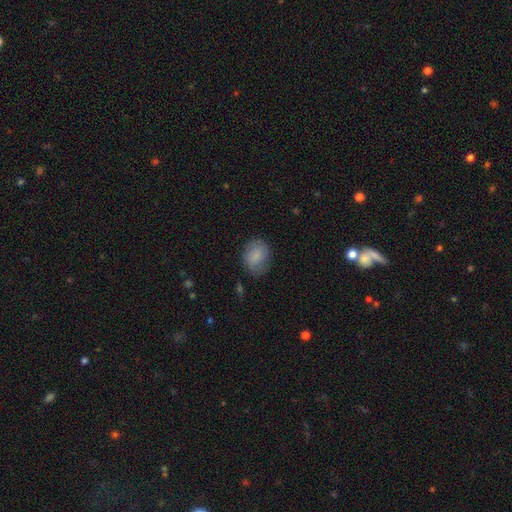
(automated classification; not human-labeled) Smooth or featured?
  - smooth: 82% *
  - featured or disk: 11%
  - star or artifact: 7%
How rounded?
  - in between: 55% *
  - round: 44%
  - cigar-shaped: 1%
Merging?
  - none: 74% *
  - minor disturbance: 19%
  - major disturbance: 6%
  - merger: 1%